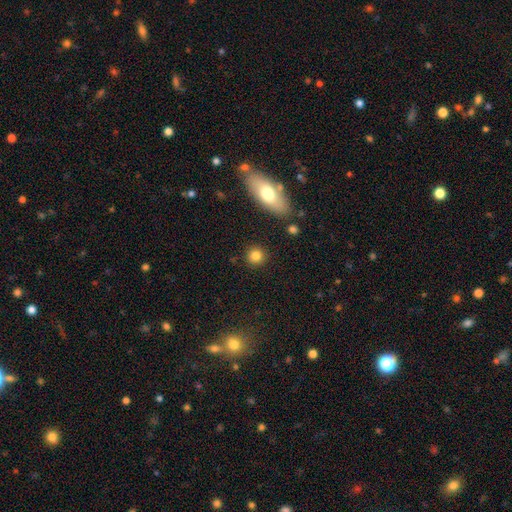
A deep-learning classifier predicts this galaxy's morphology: Overall: smooth (82%). How rounded: round (91%). Merging: none (89%).